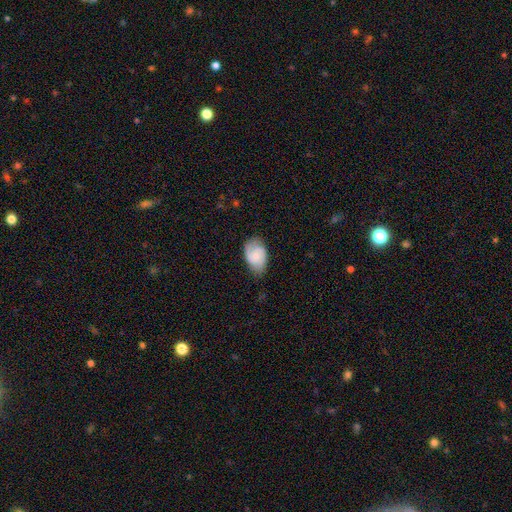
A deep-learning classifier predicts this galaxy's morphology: This appears to be a featured or disk galaxy (50%). Merging: none (65%).